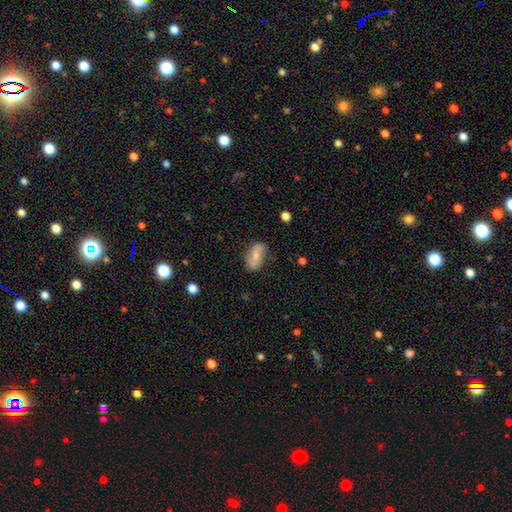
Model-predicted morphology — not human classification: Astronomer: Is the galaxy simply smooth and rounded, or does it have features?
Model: featured or disk — 48% (runner-up: smooth, 44%).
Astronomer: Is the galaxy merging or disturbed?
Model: none — 72%.